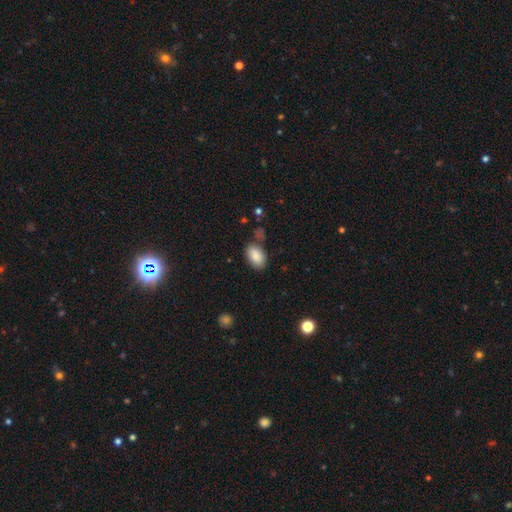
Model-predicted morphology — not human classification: Smooth or featured: smooth — 87% (star or artifact — 7%)
How rounded: in between — 91% (round — 7%)
Merging: none — 69% (minor disturbance — 18%)